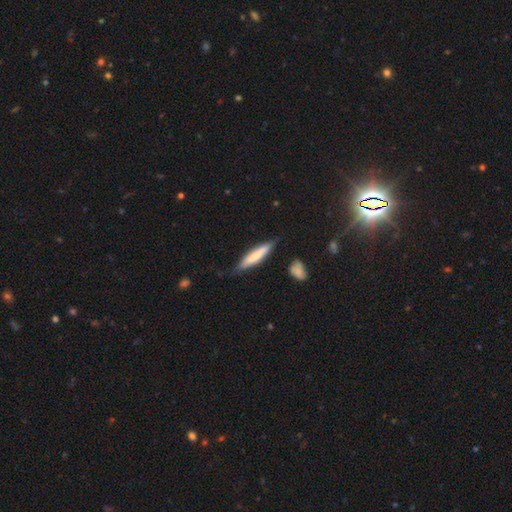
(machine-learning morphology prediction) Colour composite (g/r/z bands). It shows a smooth galaxy with no disk features (64%) that is cigar-shaped (84%). Merging: none (75%).